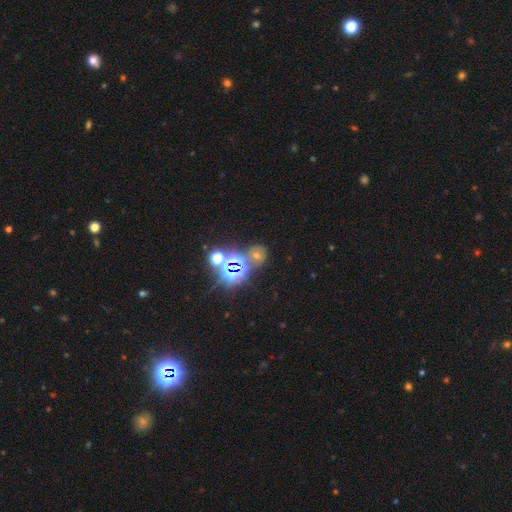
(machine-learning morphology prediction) smooth_or_featured: star or artifact (p=0.69) [alt: smooth p=0.20]